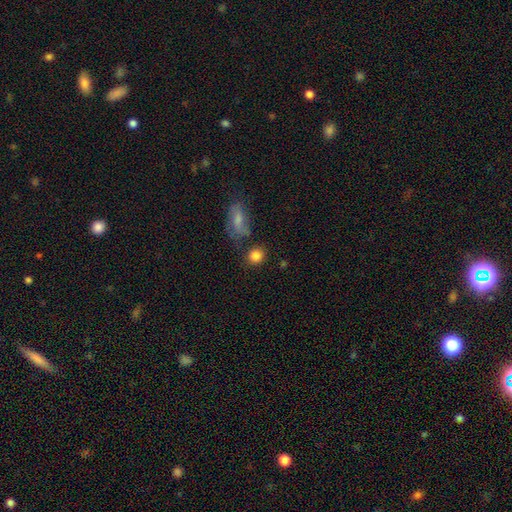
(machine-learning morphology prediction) The model was most divided on "how rounded": round: 79%, in between: 20%, cigar-shaped: 2%. More confident: smooth or featured — smooth (85%); merging — none (73%).